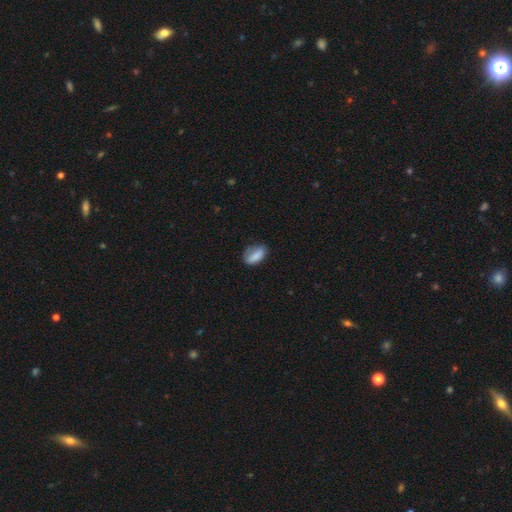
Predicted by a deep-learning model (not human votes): smooth-or-featured: smooth: 82% | featured or disk: 10% | star or artifact: 8%
  how-rounded: in between: 84% | cigar-shaped: 10% | round: 6%
  merging: none: 60% | minor disturbance: 30% | major disturbance: 9% | merger: 2%